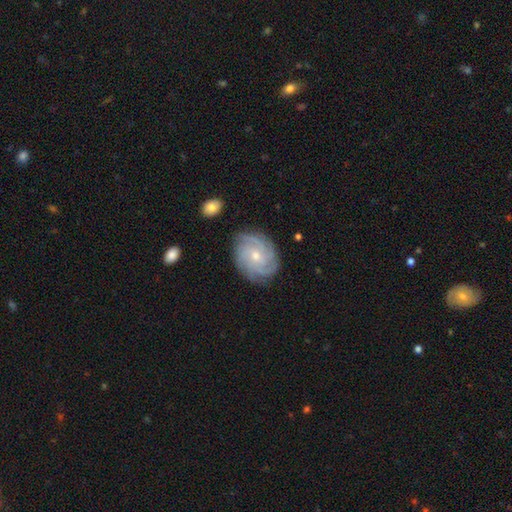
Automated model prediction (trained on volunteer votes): This appears to be a featured or disk galaxy (81%) with no bar (68%), 4 (31%) tight (70%) spiral arms (97%) and a small central bulge (53%). Merging: none (82%).